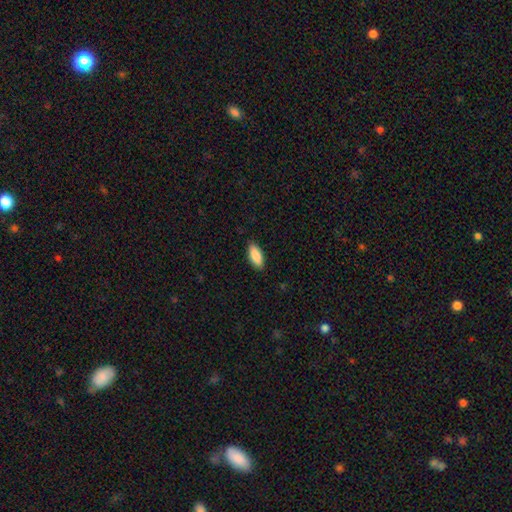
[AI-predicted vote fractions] Overall: smooth (89%). How rounded: in between (86%). Merging: none (88%).